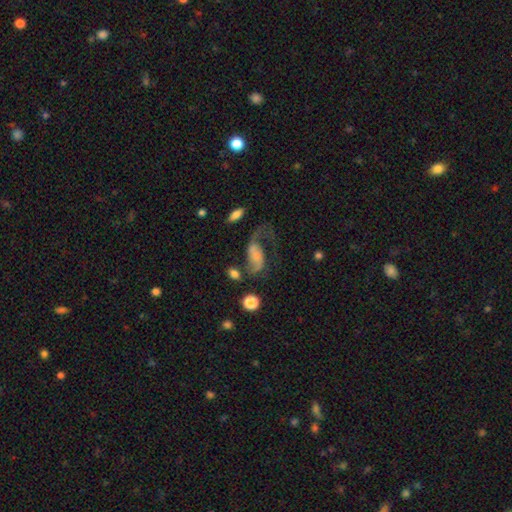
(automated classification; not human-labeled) Smooth or featured? Predicted: featured or disk (p=0.61). Edge-on disk? Predicted: no (p=0.96). Bar? Predicted: no (p=0.58). Spiral arms? Predicted: yes (p=0.85). Bulge size? Predicted: none (p=0.53). Merging? Predicted: major disturbance (p=0.40).